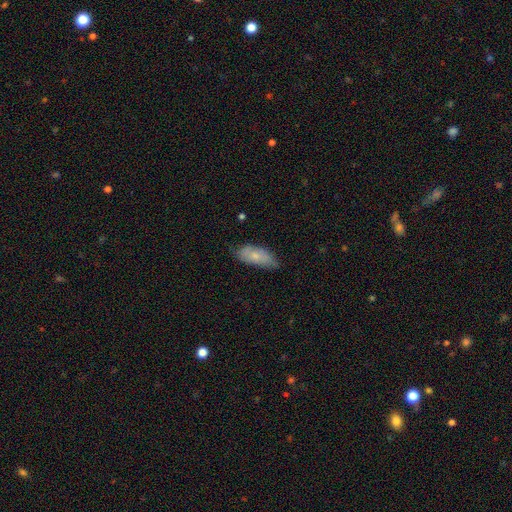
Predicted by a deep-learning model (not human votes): This appears to be a smooth galaxy with no disk features (70%) that is in between round and cigar-shaped (81%). Merging: none (64%).